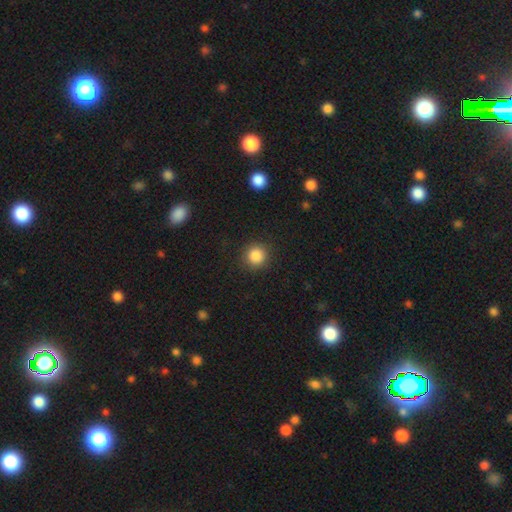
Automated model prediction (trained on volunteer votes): Q: Smooth or featured?
A: smooth (86%); runner-up: star or artifact (10%)
Q: How rounded?
A: round (92%); runner-up: in between (7%)
Q: Merging?
A: none (90%); runner-up: minor disturbance (7%)